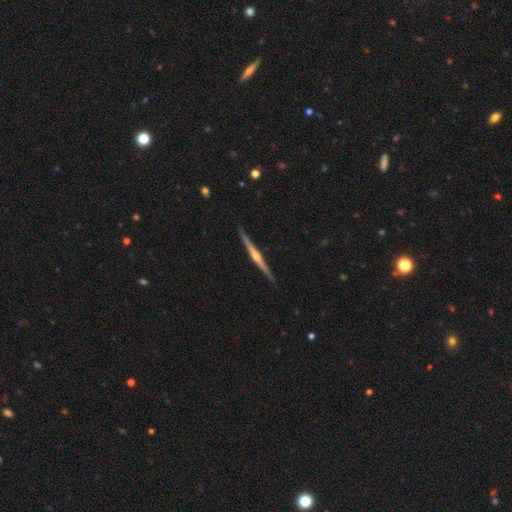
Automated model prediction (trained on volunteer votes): The model was most divided on "smooth or featured": featured or disk: 85%, smooth: 11%, star or artifact: 5%. More confident: edge-on disk — yes (99%); merging — none (91%); edge-on bulge — rounded (86%).